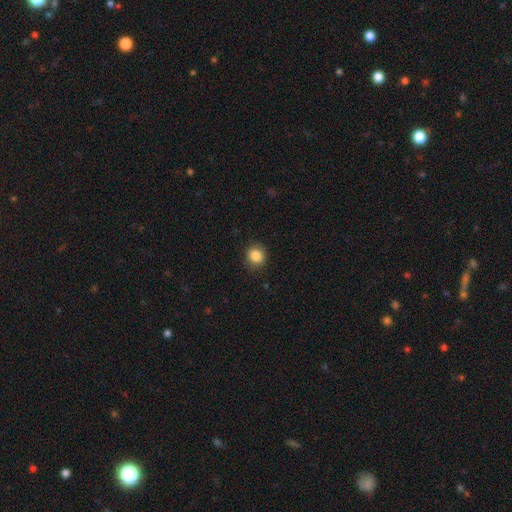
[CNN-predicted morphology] Smooth or featured? Predicted: smooth (p=0.86). How rounded? Predicted: round (p=0.74). Merging? Predicted: none (p=0.86).